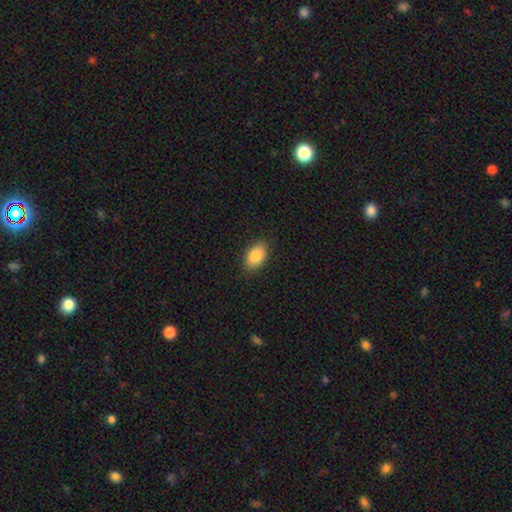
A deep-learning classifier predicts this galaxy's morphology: Smooth or featured? smooth (88%)
How rounded? in between (91%)
Merging? none (86%)